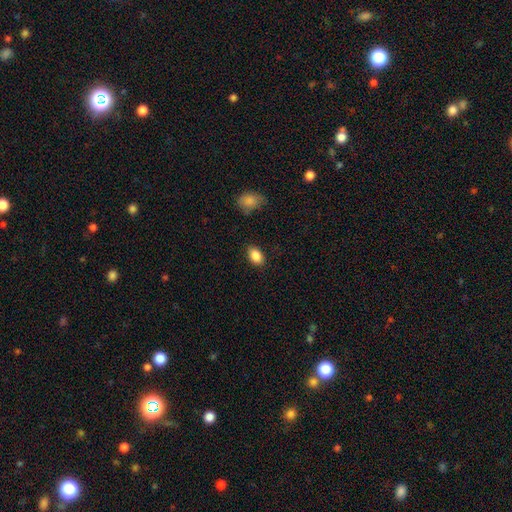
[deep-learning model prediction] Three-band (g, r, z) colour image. It shows a smooth galaxy with no disk features (88%) that is in between round and cigar-shaped (87%). Merging: none (85%).